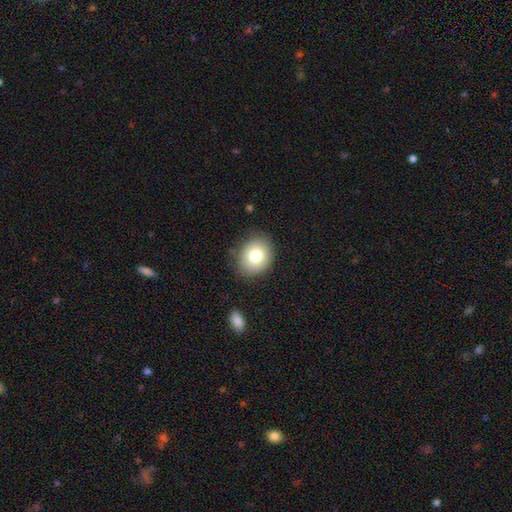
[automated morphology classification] A smooth galaxy with no disk features (77%) that is round (58%).

Vote fractions:
- Smooth or featured? smooth: 77% / featured or disk: 13% / star or artifact: 10%
- How rounded? round: 58% / in between: 41% / cigar-shaped: 1%
- Merging? none: 83% / minor disturbance: 12% / major disturbance: 3% / merger: 1%